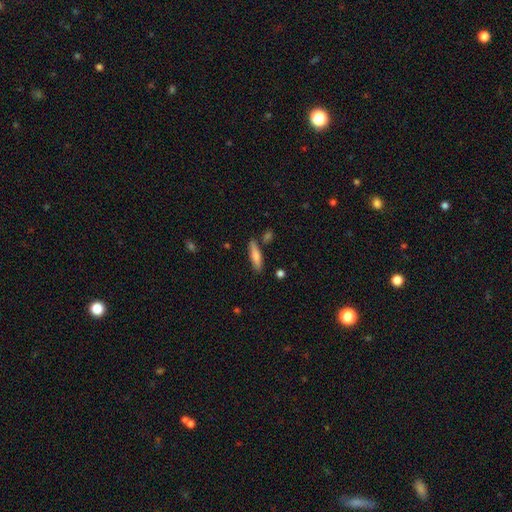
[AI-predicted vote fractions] The model was most divided on "how rounded": cigar-shaped: 70%, in between: 28%, round: 2%. More confident: merging — none (80%); smooth or featured — smooth (68%).